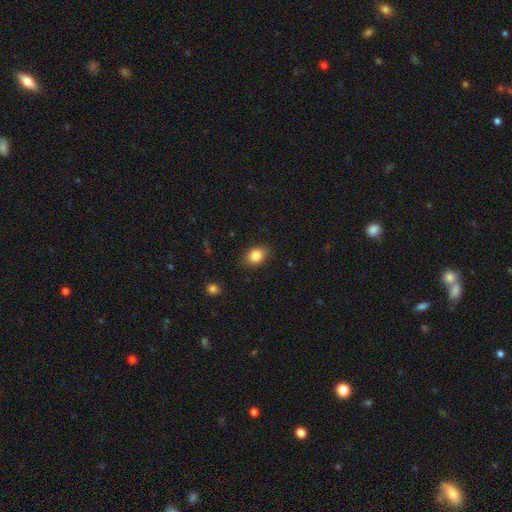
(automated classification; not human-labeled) Q: Smooth or featured?
A: smooth (84%); runner-up: star or artifact (9%)
Q: How rounded?
A: in between (67%); runner-up: round (32%)
Q: Merging?
A: none (85%); runner-up: minor disturbance (11%)